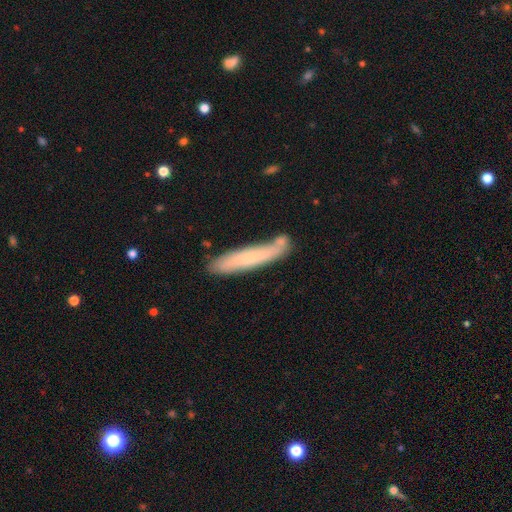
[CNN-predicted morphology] Smooth or featured?
  - smooth: 64% *
  - featured or disk: 29%
  - star or artifact: 7%
How rounded?
  - cigar-shaped: 91% *
  - in between: 8%
  - round: 1%
Merging?
  - none: 72% *
  - minor disturbance: 17%
  - merger: 8%
  - major disturbance: 3%